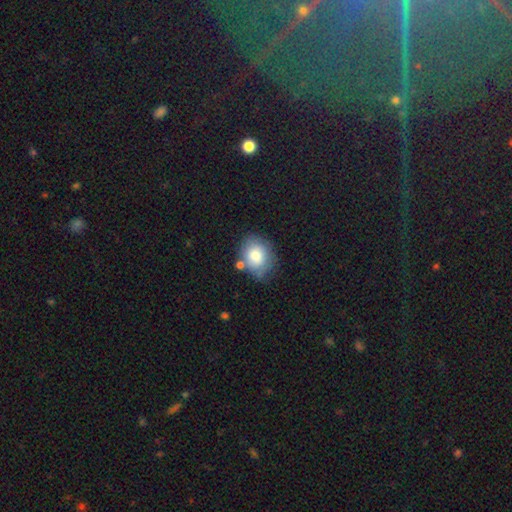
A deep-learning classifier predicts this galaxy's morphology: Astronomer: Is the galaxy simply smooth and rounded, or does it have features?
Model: smooth — 79%.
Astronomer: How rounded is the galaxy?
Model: in between — 50% (runner-up: round, 49%).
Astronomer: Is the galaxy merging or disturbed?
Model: none — 64%.